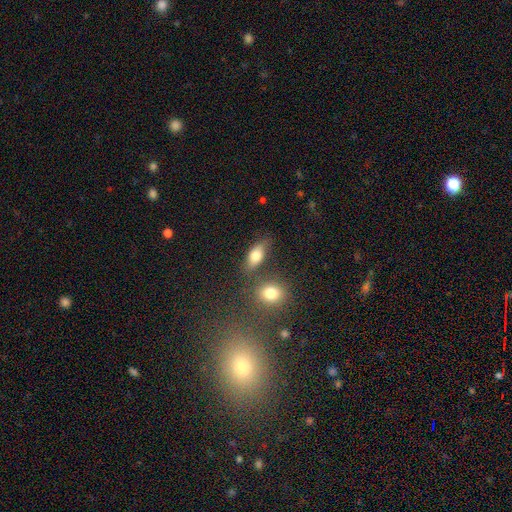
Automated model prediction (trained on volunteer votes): A smooth galaxy with no disk features (75%) that is in between round and cigar-shaped (77%).

Vote fractions:
- Smooth or featured? smooth: 75% / featured or disk: 16% / star or artifact: 9%
- How rounded? in between: 77% / cigar-shaped: 12% / round: 11%
- Merging? none: 64% / minor disturbance: 16% / merger: 13% / major disturbance: 6%